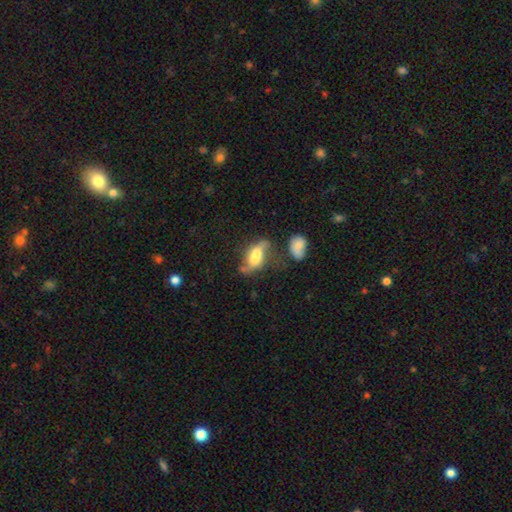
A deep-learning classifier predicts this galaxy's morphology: Smooth or featured?
  - smooth: 45% * (tied)
  - featured or disk: 45% * (tied)
  - star or artifact: 10%
Merging?
  - none: 31% *
  - major disturbance: 25%
  - minor disturbance: 23%
  - merger: 21%